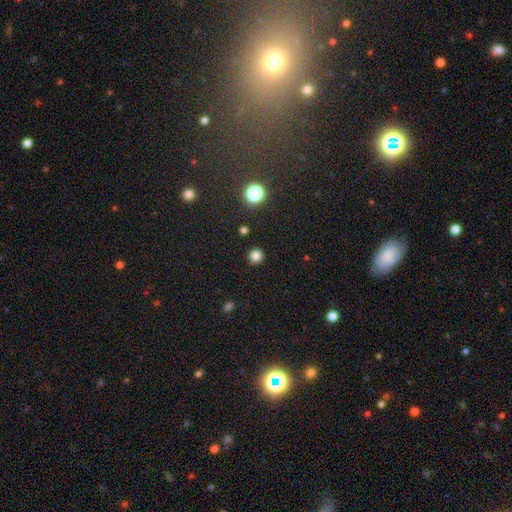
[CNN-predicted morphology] Smooth or featured? smooth (82%)
How rounded? round (95%)
Merging? none (91%)